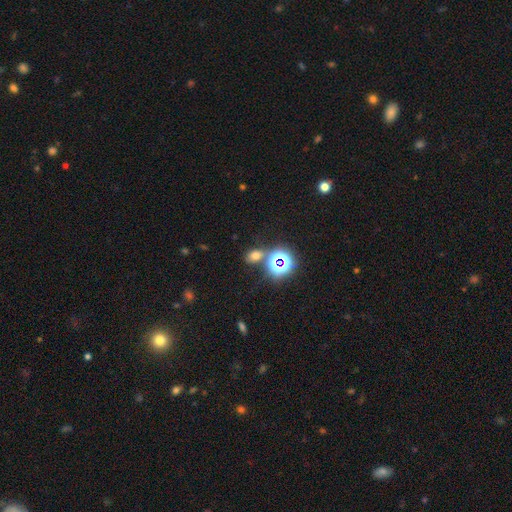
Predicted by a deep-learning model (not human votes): Smooth or featured: smooth — 59% (star or artifact — 33%)
How rounded: in between — 69% (round — 29%)
Merging: none — 73% (merger — 12%)